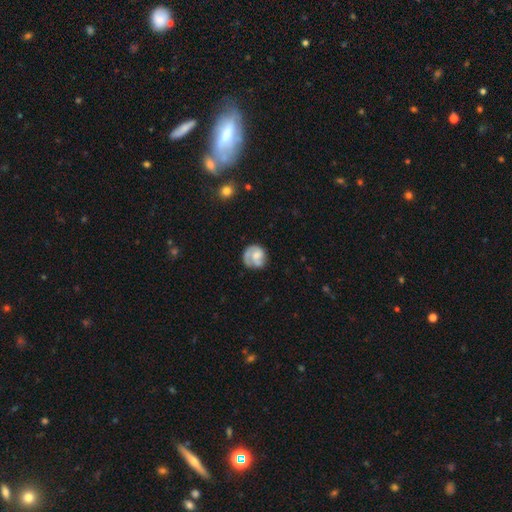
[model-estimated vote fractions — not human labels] This is likely a featured or disk galaxy (60%). It is clearly not viewed edge-on (98%). Bar: likely no (66%). Spiral arm pattern: clearly yes (85%). Spiral arm count: possibly 1 (47%). Spiral winding: possibly tight (48%). Central bulge: marginally moderate (34%). Merging: likely none (62%).